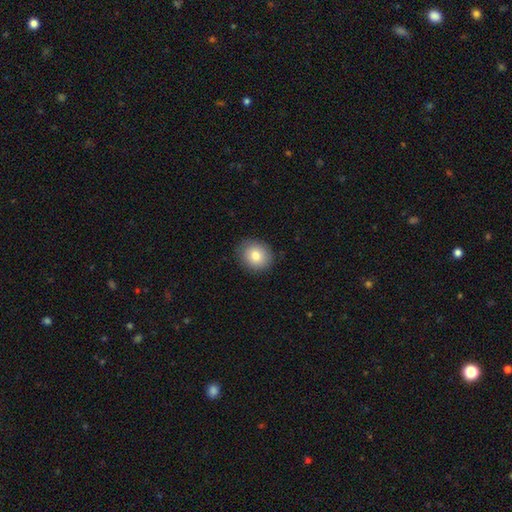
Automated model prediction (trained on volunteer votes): Smooth or featured: smooth — 80% (featured or disk — 11%)
How rounded: round — 71% (in between — 28%)
Merging: none — 87% (minor disturbance — 10%)